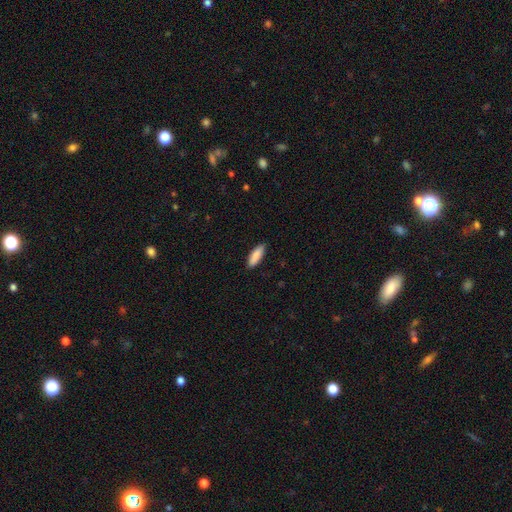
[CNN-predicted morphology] This is clearly a smooth galaxy (88%). How rounded: possibly in between (58%). Merging: clearly none (87%).